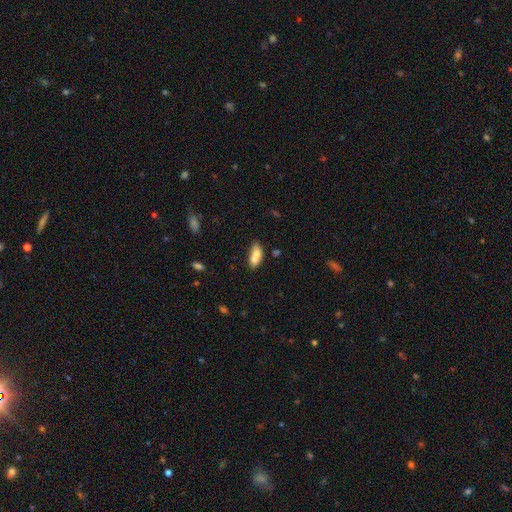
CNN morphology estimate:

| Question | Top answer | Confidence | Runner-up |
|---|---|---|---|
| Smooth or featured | smooth | 73% | featured or disk (18%) |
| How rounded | in between | 80% | cigar-shaped (16%) |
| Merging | none | 37% | merger (36%) |